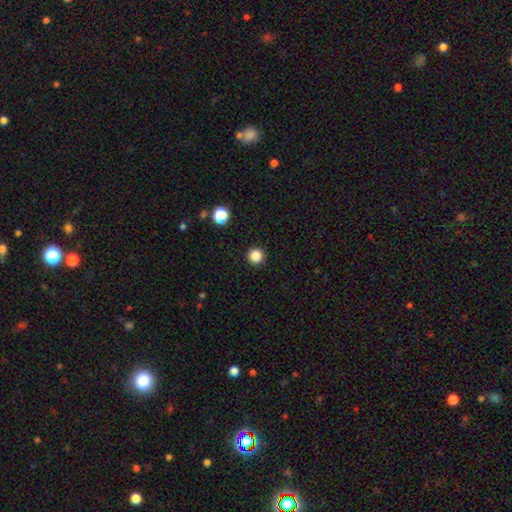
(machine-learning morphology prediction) This appears to be a smooth galaxy with no disk features (85%) that is round (96%). Merging: none (93%).